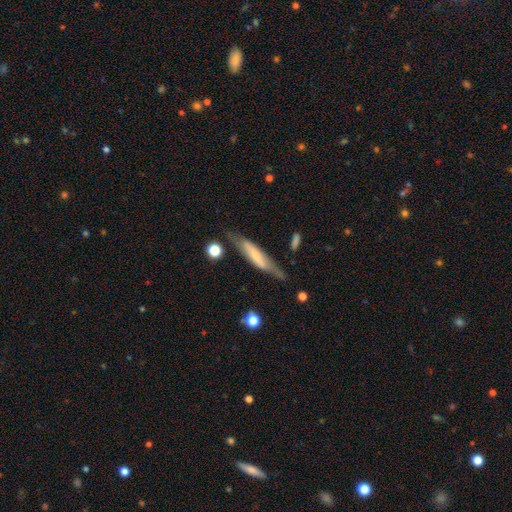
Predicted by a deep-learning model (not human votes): A featured or disk galaxy (47%). Merging: none (66%).